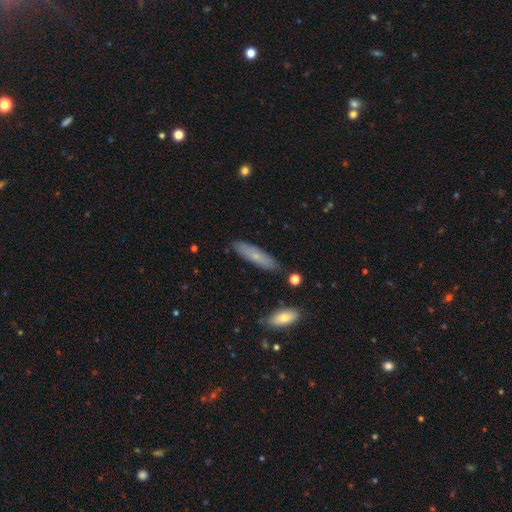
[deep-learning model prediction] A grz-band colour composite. It shows a smooth galaxy with no disk features (66%) that is cigar-shaped (73%). Merging: none (84%).